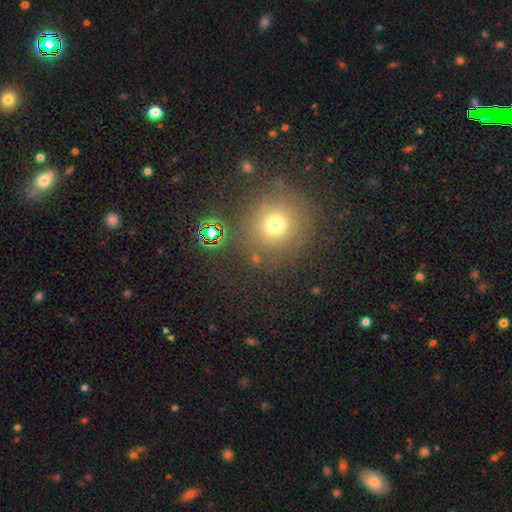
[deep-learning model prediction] smooth-or-featured: smooth: 59% | star or artifact: 32% | featured or disk: 9%
  how-rounded: round: 93% | in between: 6% | cigar-shaped: 1%
  merging: none: 85% | minor disturbance: 7% | merger: 4% | major disturbance: 4%